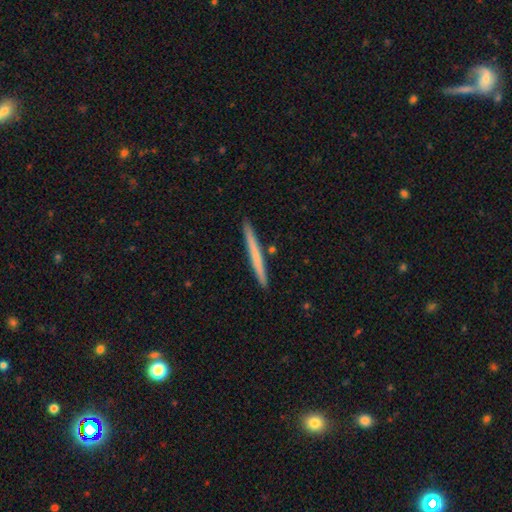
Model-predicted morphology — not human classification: type=smooth (59%); roundness=cigar-shaped (97%); merging=none (92%).